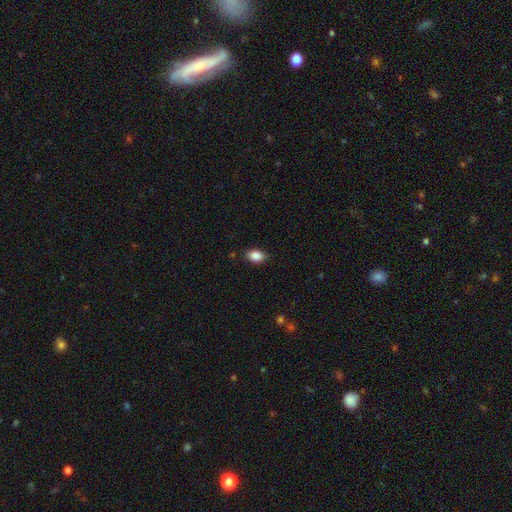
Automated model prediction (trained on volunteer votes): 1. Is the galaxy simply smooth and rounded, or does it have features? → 87% smooth, 8% star or artifact, 5% featured or disk.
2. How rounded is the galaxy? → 84% in between, 14% round, 2% cigar-shaped.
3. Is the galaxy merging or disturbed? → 84% none, 12% minor disturbance, 2% major disturbance, 1% merger.